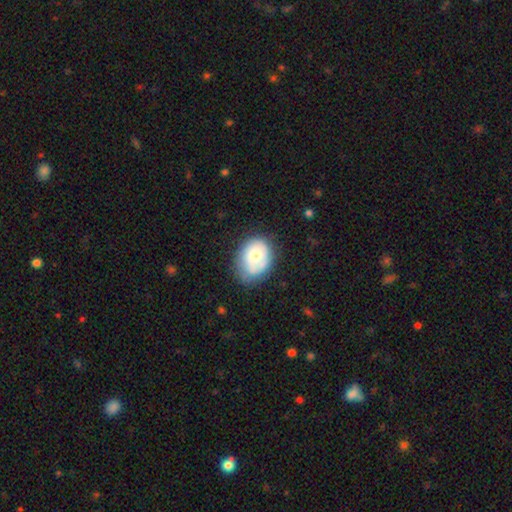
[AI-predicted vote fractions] A smooth galaxy with no disk features (58%) that is in between round and cigar-shaped (62%). Merging: none (54%).